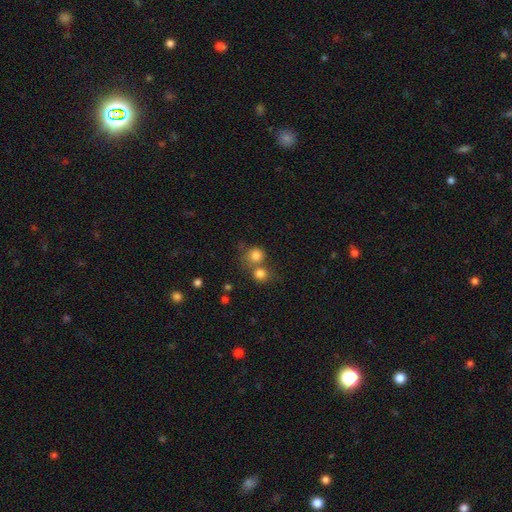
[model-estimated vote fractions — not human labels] Smooth or featured: smooth — 80% (star or artifact — 12%)
How rounded: round — 86% (in between — 13%)
Merging: none — 50% (merger — 38%)